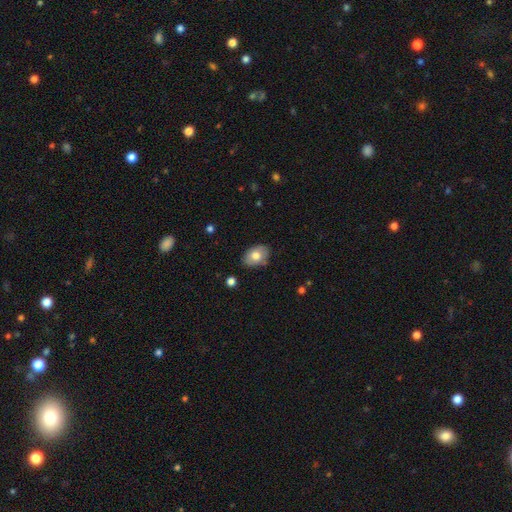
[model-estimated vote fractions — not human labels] smooth_or_featured: smooth (p=0.76) [alt: featured or disk p=0.18]
how_rounded: in between (p=0.85) [alt: round p=0.14]
merging: none (p=0.82) [alt: minor disturbance p=0.14]